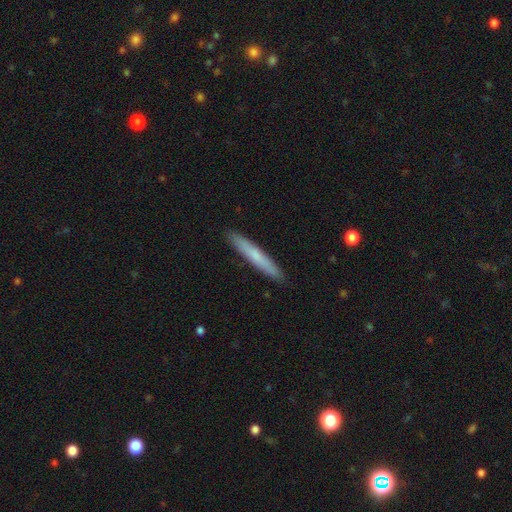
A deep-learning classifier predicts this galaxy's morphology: Overall: smooth (66%; featured or disk 29%). How rounded: cigar-shaped (95%). Merging: none (92%).